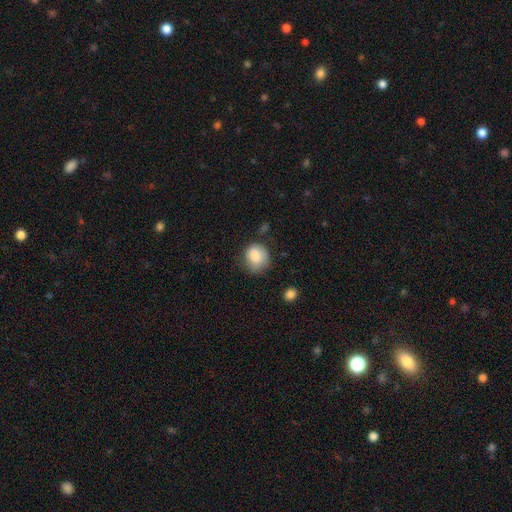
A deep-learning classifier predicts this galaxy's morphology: Q: Smooth or featured?
A: smooth (86%); runner-up: star or artifact (8%)
Q: How rounded?
A: round (72%); runner-up: in between (27%)
Q: Merging?
A: none (61%); runner-up: minor disturbance (28%)